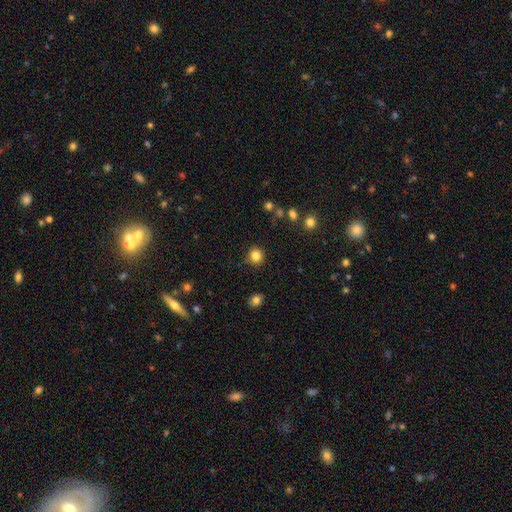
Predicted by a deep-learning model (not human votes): Smooth or featured? smooth (84%)
How rounded? round (90%)
Merging? none (89%)